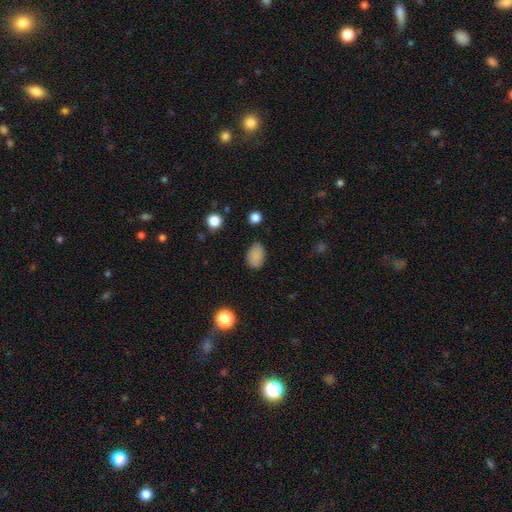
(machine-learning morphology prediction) Smooth or featured? smooth (84%)
How rounded? in between (86%)
Merging? none (79%)